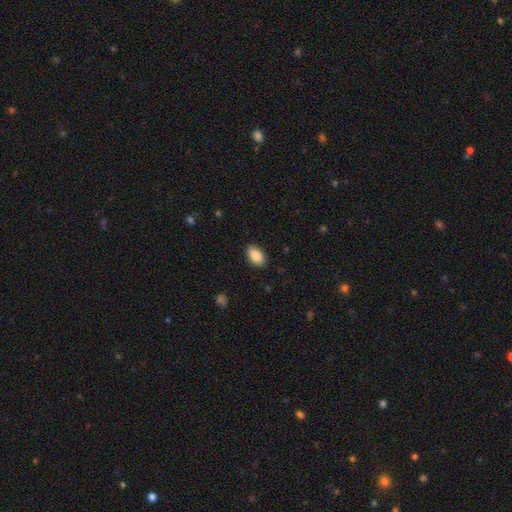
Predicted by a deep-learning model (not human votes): Q: Smooth or featured?
A: smooth (88%); runner-up: star or artifact (7%)
Q: How rounded?
A: in between (92%); runner-up: round (6%)
Q: Merging?
A: none (87%); runner-up: minor disturbance (10%)